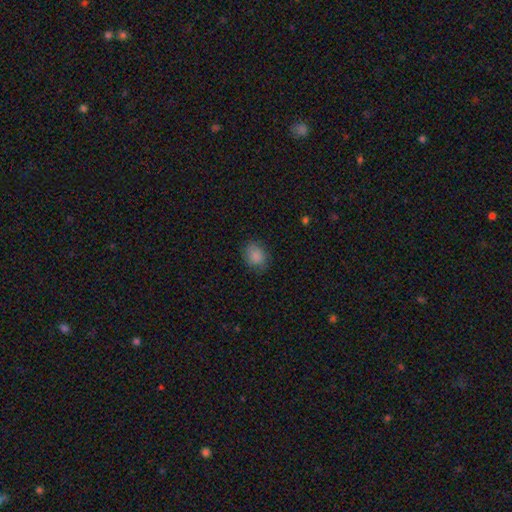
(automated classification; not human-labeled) Morphology: type=smooth (87%); roundness=round (54%); merging=none (79%).